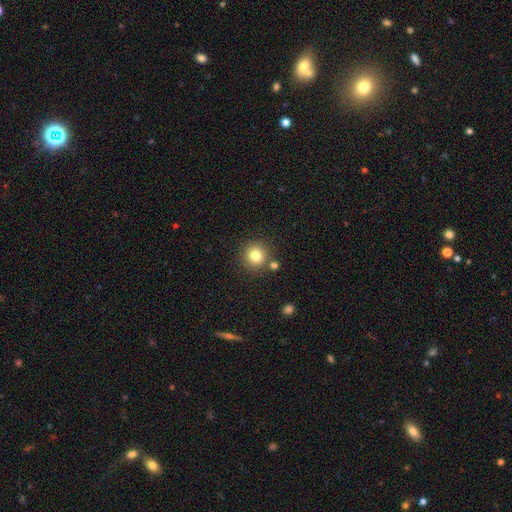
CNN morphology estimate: A smooth galaxy with no disk features (80%) that is round (93%). Merging: none (83%).